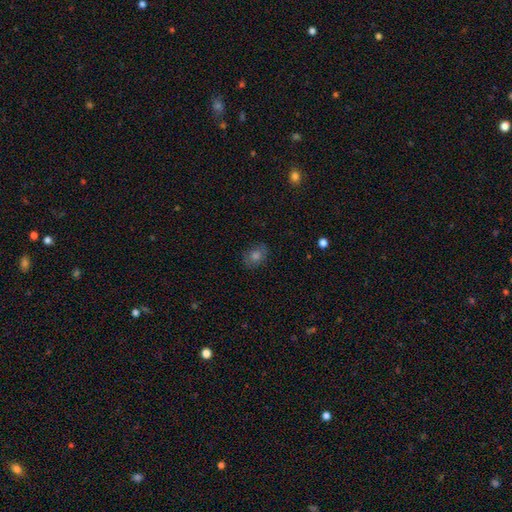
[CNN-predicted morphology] The model was most divided on "how rounded": in between: 60%, round: 39%, cigar-shaped: 1%. More confident: merging — none (83%); smooth or featured — smooth (59%).